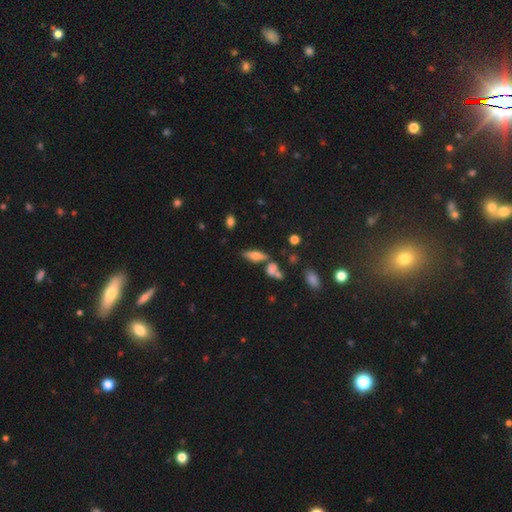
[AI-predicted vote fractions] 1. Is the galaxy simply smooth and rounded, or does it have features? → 55% smooth, 35% featured or disk, 11% star or artifact.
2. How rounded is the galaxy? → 53% in between, 43% cigar-shaped, 4% round.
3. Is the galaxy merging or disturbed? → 64% none, 16% merger, 15% minor disturbance, 5% major disturbance.